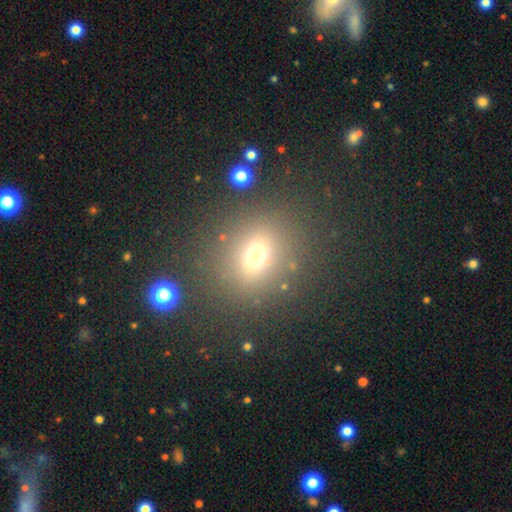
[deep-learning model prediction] Smooth or featured: smooth — 67% (star or artifact — 22%)
How rounded: round — 64% (in between — 34%)
Merging: none — 80% (minor disturbance — 9%)